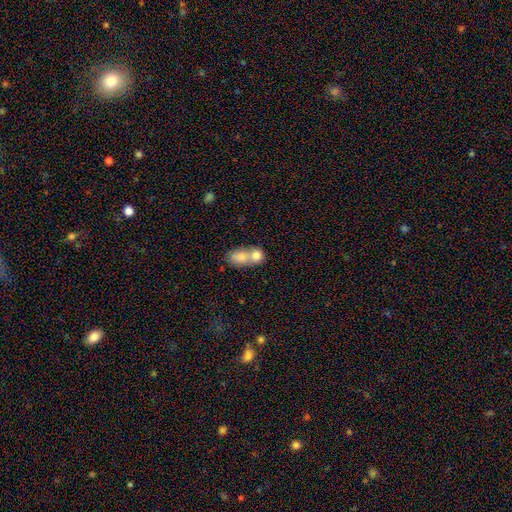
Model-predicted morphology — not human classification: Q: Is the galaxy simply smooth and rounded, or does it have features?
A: smooth — 77%.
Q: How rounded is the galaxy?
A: in between — 53%.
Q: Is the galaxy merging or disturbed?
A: merger — 70%.